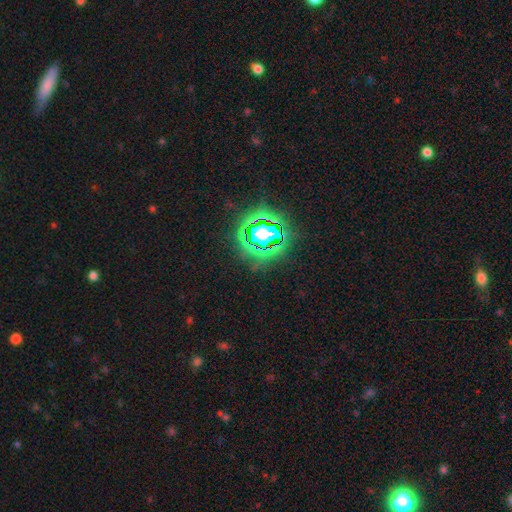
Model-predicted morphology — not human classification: Q: Smooth or featured?
A: star or artifact (83%); runner-up: smooth (11%)